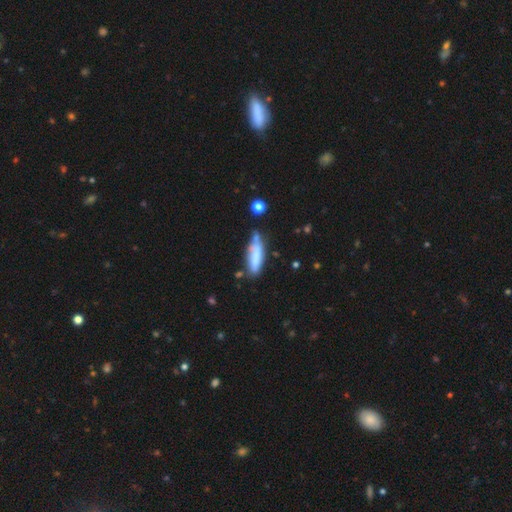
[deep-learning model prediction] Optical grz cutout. It shows a smooth galaxy with no disk features (66%) that is cigar-shaped (51%). Merging: none (49%).